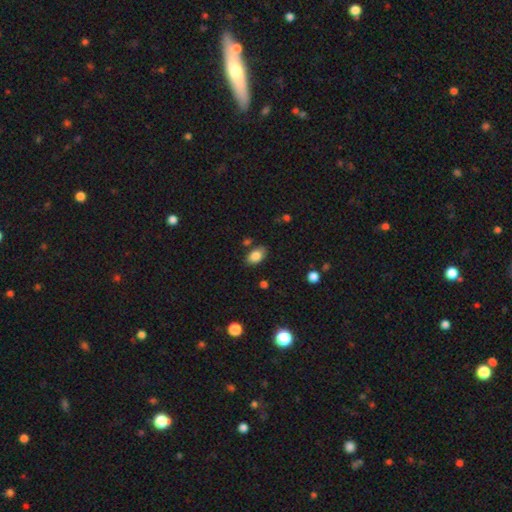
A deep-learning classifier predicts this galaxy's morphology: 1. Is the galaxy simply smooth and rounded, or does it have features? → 84% smooth, 9% star or artifact, 8% featured or disk.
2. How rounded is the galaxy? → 89% in between, 10% round, 2% cigar-shaped.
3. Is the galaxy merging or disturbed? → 78% none, 14% minor disturbance, 5% merger, 3% major disturbance.